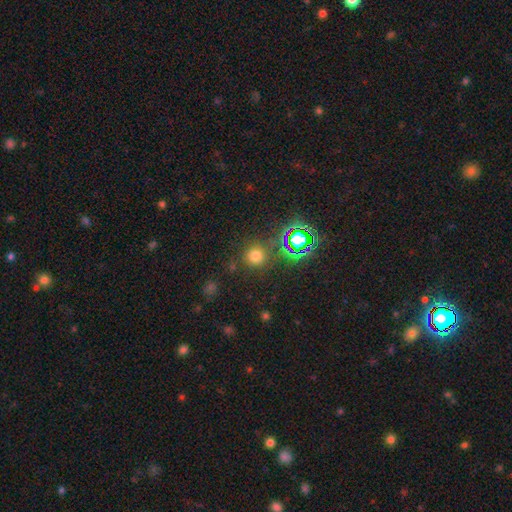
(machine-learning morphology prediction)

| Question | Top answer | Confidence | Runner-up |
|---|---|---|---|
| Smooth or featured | smooth | 67% | star or artifact (27%) |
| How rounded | round | 92% | in between (7%) |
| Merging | none | 79% | minor disturbance (10%) |